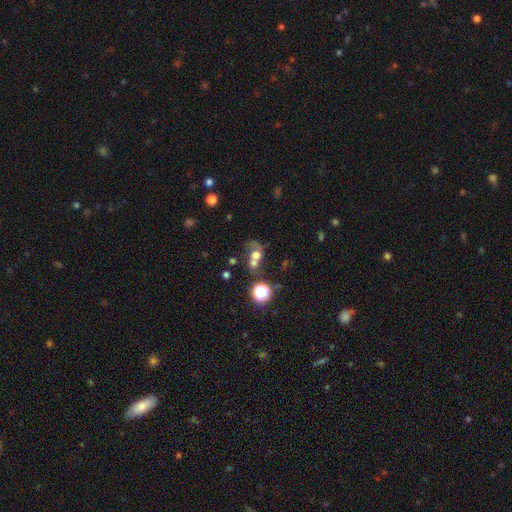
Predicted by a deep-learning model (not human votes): smooth-or-featured: smooth: 51% | featured or disk: 31% | star or artifact: 18%
  how-rounded: round: 62% | in between: 37% | cigar-shaped: 2%
  merging: merger: 59% | none: 19% | major disturbance: 13% | minor disturbance: 8%